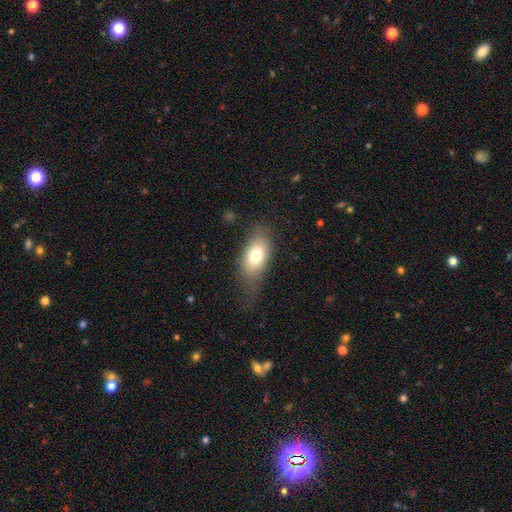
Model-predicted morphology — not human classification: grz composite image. It shows a smooth galaxy with no disk features (74%) that is in between round and cigar-shaped (89%). Merging: none (56%).